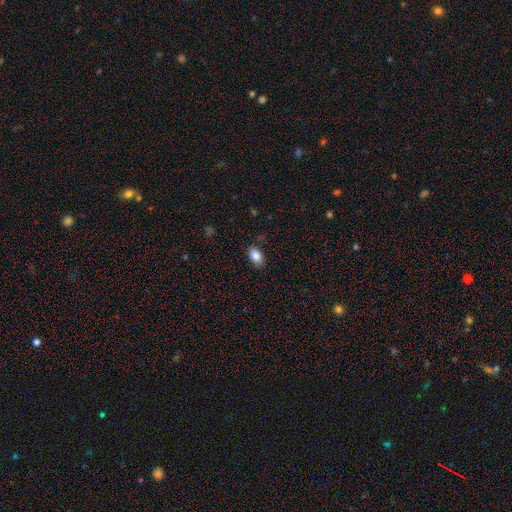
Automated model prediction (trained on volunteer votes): Overall: smooth (86%). How rounded: in between (89%). Merging: none (83%).